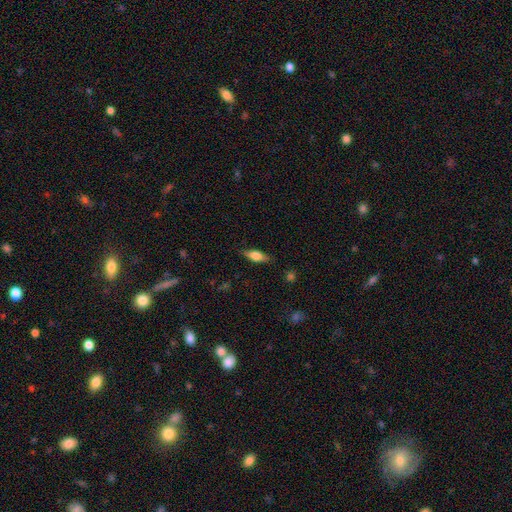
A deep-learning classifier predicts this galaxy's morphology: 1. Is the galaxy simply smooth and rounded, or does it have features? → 67% smooth, 26% featured or disk, 7% star or artifact.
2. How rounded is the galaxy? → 67% in between, 30% cigar-shaped, 3% round.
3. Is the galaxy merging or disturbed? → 83% none, 13% minor disturbance, 3% major disturbance, 1% merger.